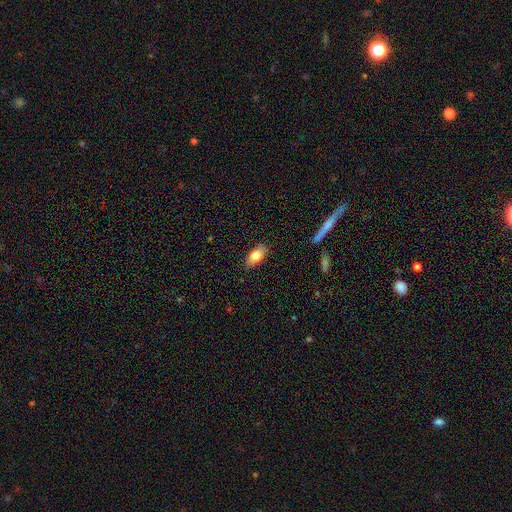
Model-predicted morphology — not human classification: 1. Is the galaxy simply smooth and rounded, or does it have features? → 81% smooth, 12% featured or disk, 7% star or artifact.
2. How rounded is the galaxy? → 89% in between, 7% cigar-shaped, 4% round.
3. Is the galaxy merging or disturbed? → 85% none, 11% minor disturbance, 2% major disturbance, 1% merger.